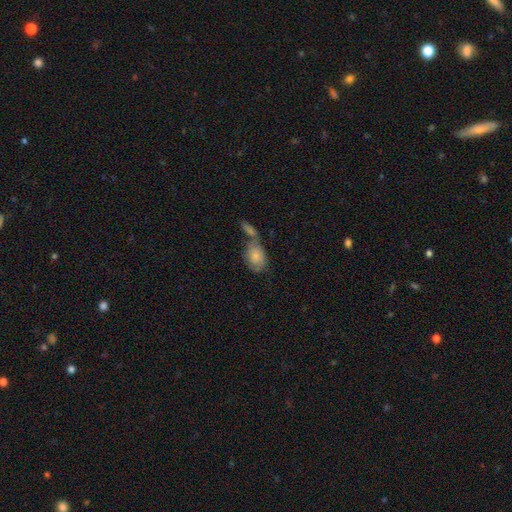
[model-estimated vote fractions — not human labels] Smooth or featured? smooth (67%)
How rounded? in between (82%)
Merging? merger (49%)